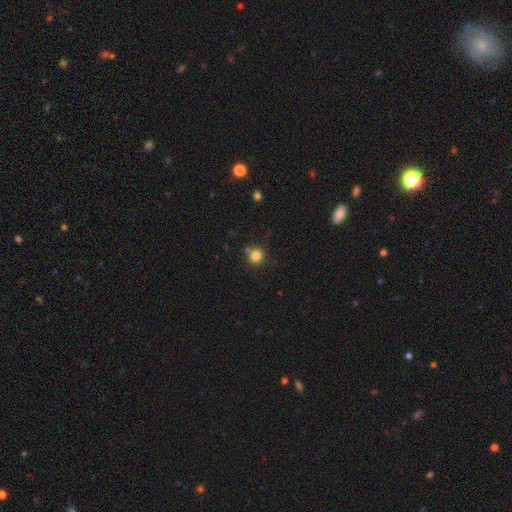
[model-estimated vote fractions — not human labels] This is clearly a smooth galaxy (82%). How rounded: clearly round (86%). Merging: likely none (73%).